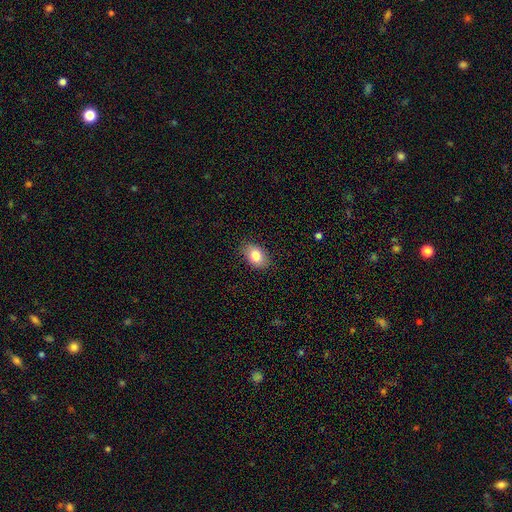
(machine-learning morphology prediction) A smooth galaxy with no disk features (81%) that is in between round and cigar-shaped (84%). Merging: none (87%).